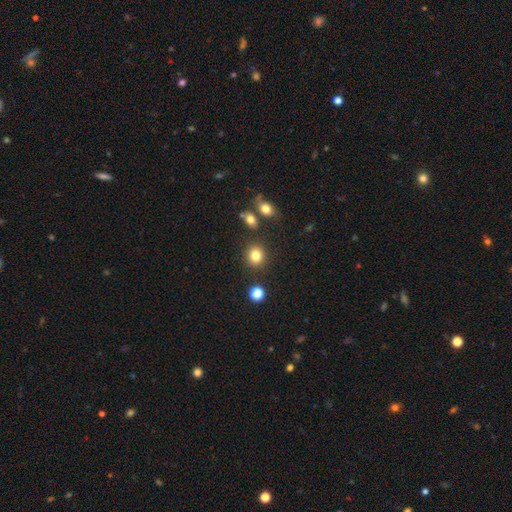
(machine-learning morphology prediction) Q: Smooth or featured?
A: smooth (82%); runner-up: star or artifact (12%)
Q: How rounded?
A: round (83%); runner-up: in between (16%)
Q: Merging?
A: none (86%); runner-up: minor disturbance (8%)